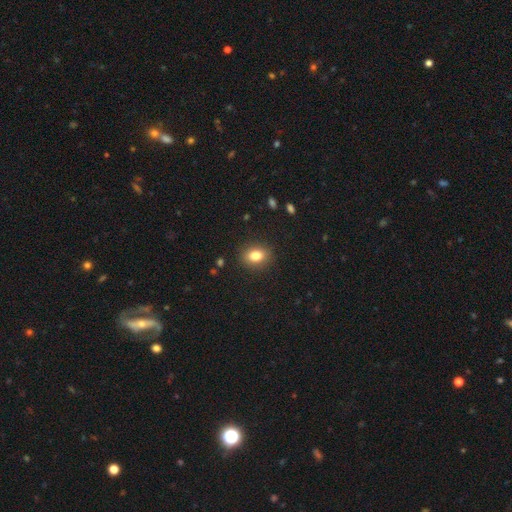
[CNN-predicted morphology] Smooth or featured?
  - smooth: 82% *
  - star or artifact: 10%
  - featured or disk: 8%
How rounded?
  - in between: 63% *
  - round: 36%
  - cigar-shaped: 1%
Merging?
  - none: 88% *
  - minor disturbance: 8%
  - major disturbance: 3%
  - merger: 1%